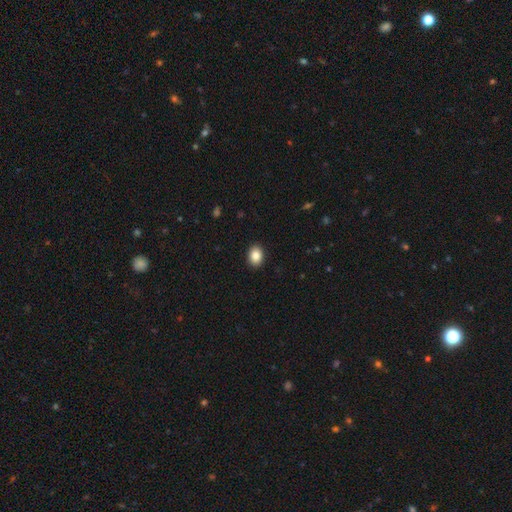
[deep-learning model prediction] Q: Smooth or featured?
A: smooth (86%); runner-up: star or artifact (8%)
Q: How rounded?
A: in between (67%); runner-up: round (32%)
Q: Merging?
A: none (91%); runner-up: minor disturbance (6%)